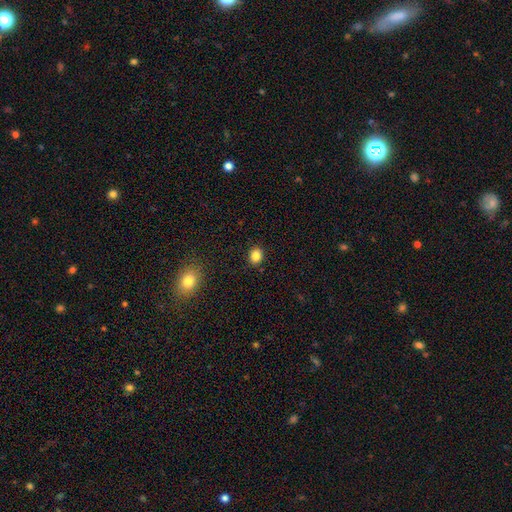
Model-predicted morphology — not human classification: A smooth galaxy with no disk features (84%) that is round (60%).

Vote fractions:
- Smooth or featured? smooth: 84% / star or artifact: 11% / featured or disk: 5%
- How rounded? round: 60% / in between: 39% / cigar-shaped: 1%
- Merging? none: 89% / minor disturbance: 7% / major disturbance: 2% / merger: 1%